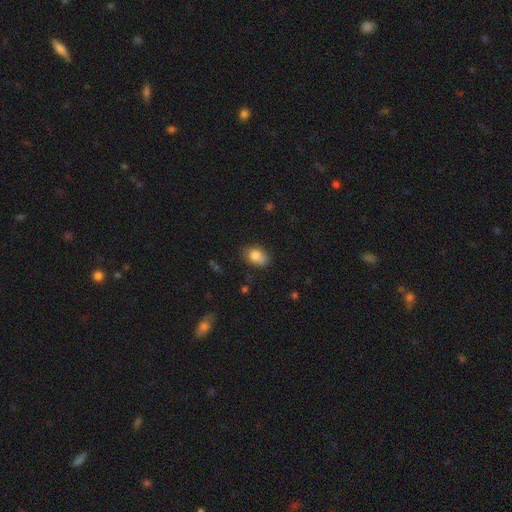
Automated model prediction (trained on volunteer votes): Morphology: type=smooth (82%); roundness=in between (81%); merging=none (69%).